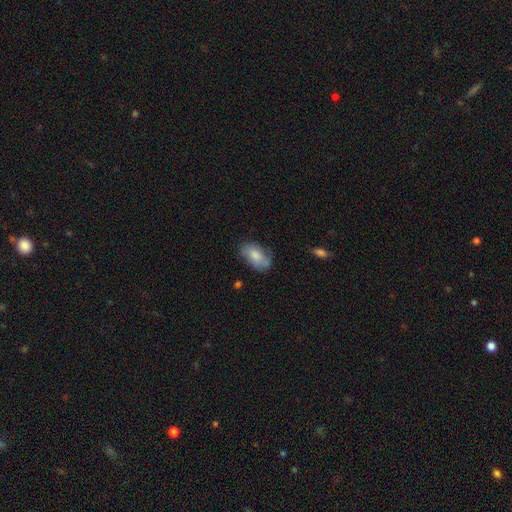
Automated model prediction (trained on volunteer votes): Q: Smooth or featured?
A: smooth (73%); runner-up: featured or disk (20%)
Q: How rounded?
A: in between (91%); runner-up: round (6%)
Q: Merging?
A: none (64%); runner-up: minor disturbance (26%)